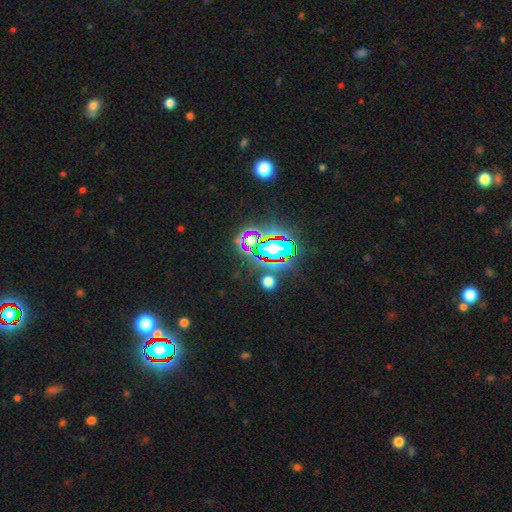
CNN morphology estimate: Smooth or featured: star or artifact — 76% (smooth — 13%)